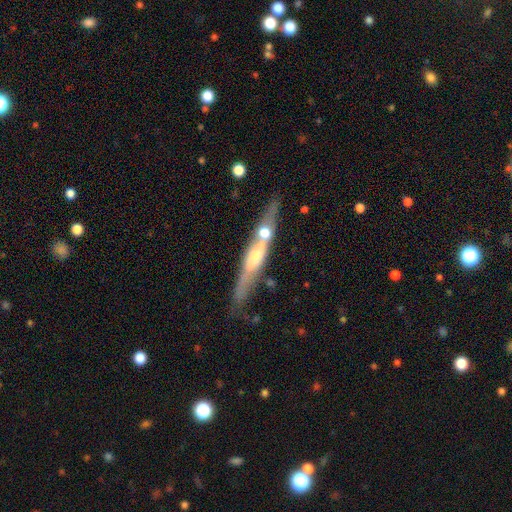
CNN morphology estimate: This appears to be a featured or disk galaxy (65%) viewed edge-on (86%) with a rounded central bulge (83%). Merging: none (60%).